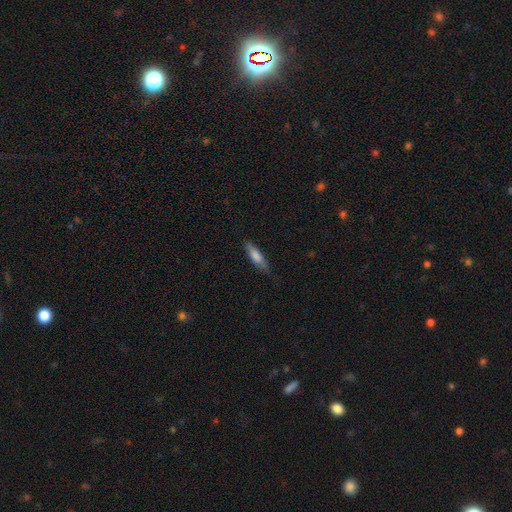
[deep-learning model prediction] Smooth or featured? Predicted: smooth (p=0.72). How rounded? Predicted: cigar-shaped (p=0.72). Merging? Predicted: none (p=0.78).